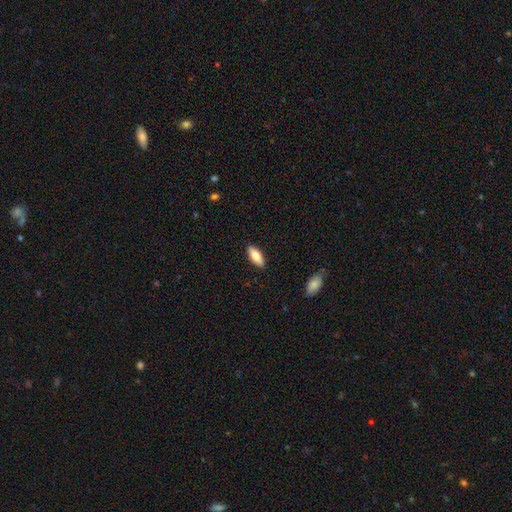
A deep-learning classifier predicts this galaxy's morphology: A smooth galaxy with no disk features (81%) that is in between round and cigar-shaped (79%). Merging: none (89%).